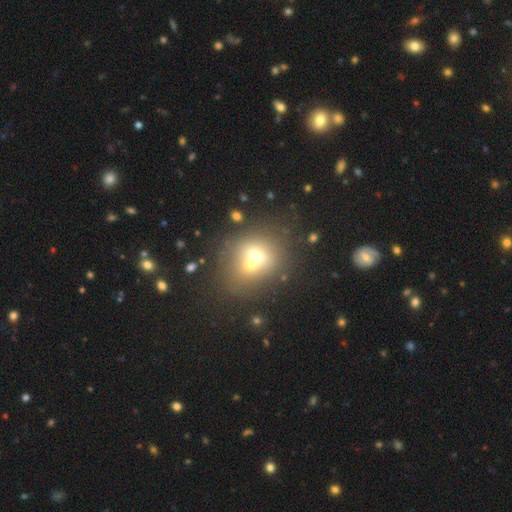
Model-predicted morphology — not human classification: A smooth galaxy with no disk features (54%) that is round (71%).

Vote fractions:
- Smooth or featured? smooth: 54% / featured or disk: 25% / star or artifact: 22%
- How rounded? round: 71% / in between: 28% / cigar-shaped: 1%
- Merging? merger: 56% / none: 33% / minor disturbance: 7% / major disturbance: 4%